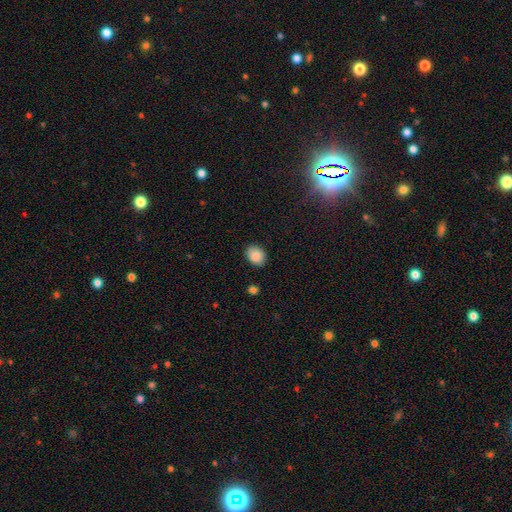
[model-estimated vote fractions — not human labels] Smooth or featured?
  - smooth: 87% *
  - star or artifact: 8%
  - featured or disk: 5%
How rounded?
  - in between: 63% *
  - round: 37%
  - cigar-shaped: 1%
Merging?
  - none: 87% *
  - minor disturbance: 10%
  - major disturbance: 2%
  - merger: 1%